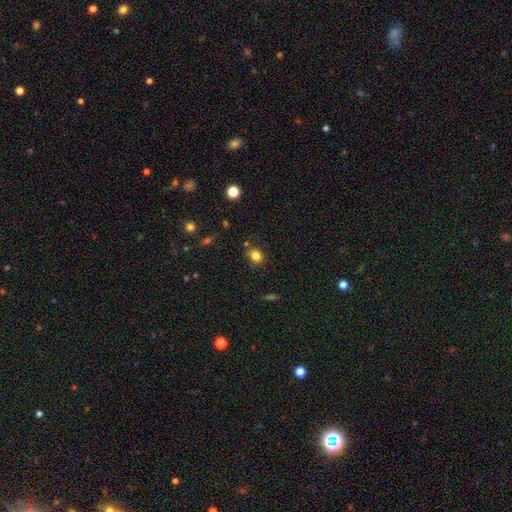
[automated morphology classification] smooth 82%, star or artifact 12%, featured or disk 7%. Down the decision tree: how rounded — round (53%); merging — none (78%).